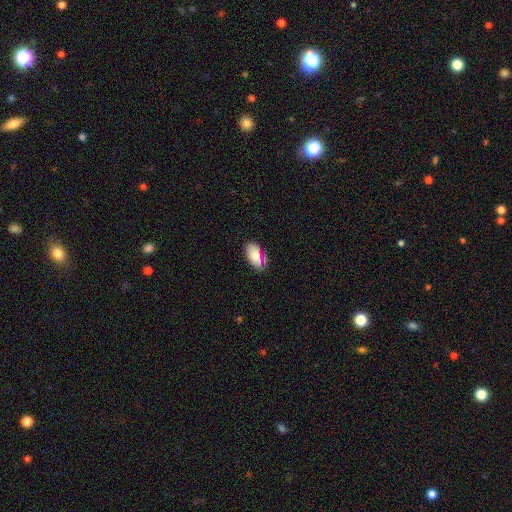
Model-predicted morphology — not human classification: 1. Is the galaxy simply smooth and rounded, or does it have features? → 79% smooth, 11% featured or disk, 10% star or artifact.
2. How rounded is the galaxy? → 93% in between, 4% round, 3% cigar-shaped.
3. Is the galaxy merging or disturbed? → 74% none, 19% minor disturbance, 4% major disturbance, 4% merger.